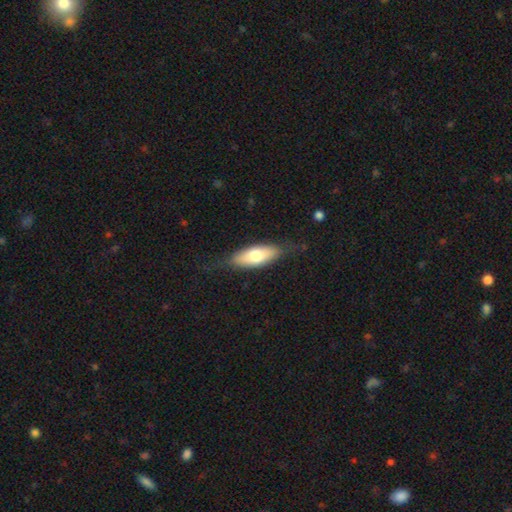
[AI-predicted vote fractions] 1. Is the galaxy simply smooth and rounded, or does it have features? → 68% smooth, 26% featured or disk, 6% star or artifact.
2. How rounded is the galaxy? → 72% in between, 26% cigar-shaped, 2% round.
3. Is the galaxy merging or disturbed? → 77% none, 17% minor disturbance, 5% major disturbance, 1% merger.